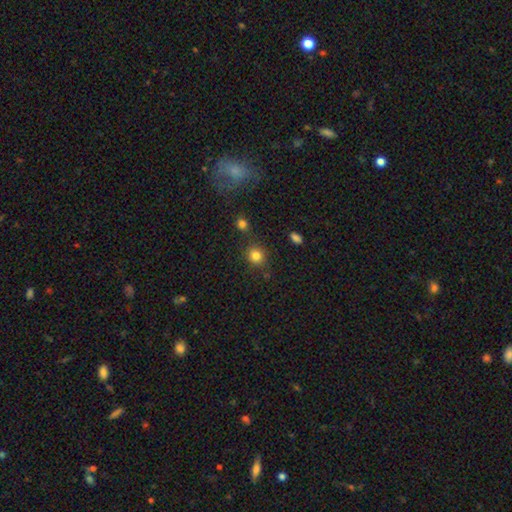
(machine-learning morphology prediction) This appears to be a smooth galaxy with no disk features (82%) that is round (85%). Merging: none (78%).